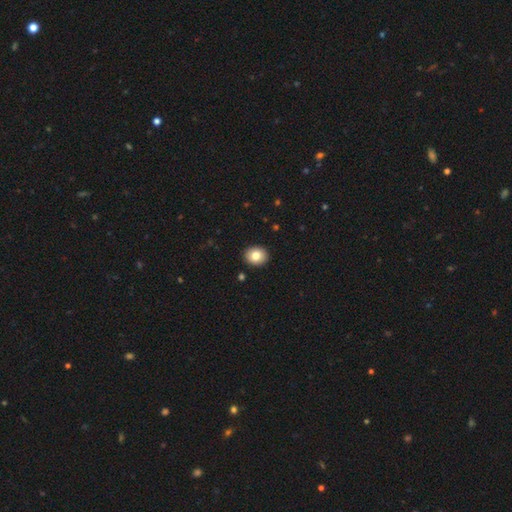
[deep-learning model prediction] A smooth galaxy with no disk features (81%) that is round (65%). Merging: none (92%).